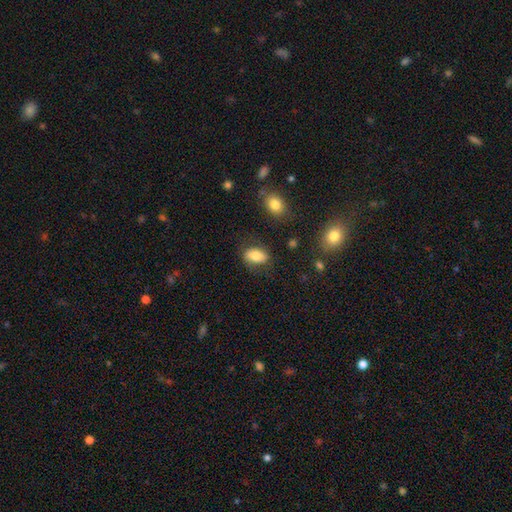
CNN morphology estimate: This appears to be a smooth galaxy with no disk features (80%) that is in between round and cigar-shaped (88%). Merging: none (76%).